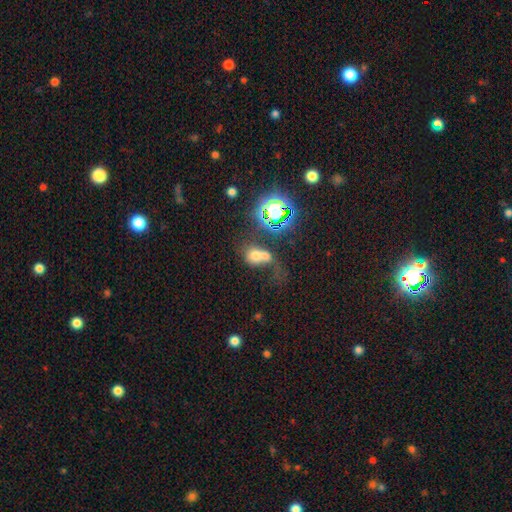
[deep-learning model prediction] Smooth or featured? smooth (55%)
How rounded? round (50%)
Merging? merger (59%)